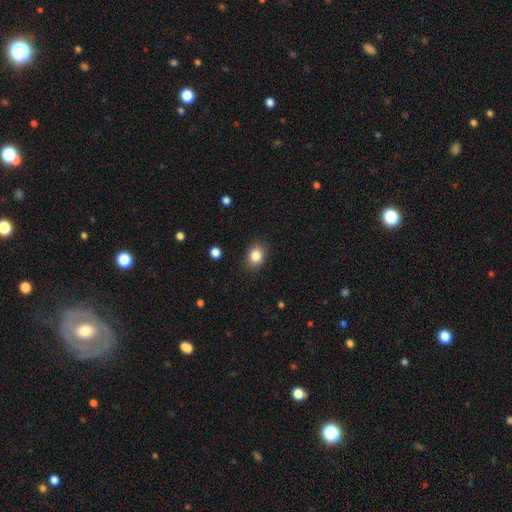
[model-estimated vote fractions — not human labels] Morphology: type=smooth (85%); roundness=in between (52%); merging=none (87%).